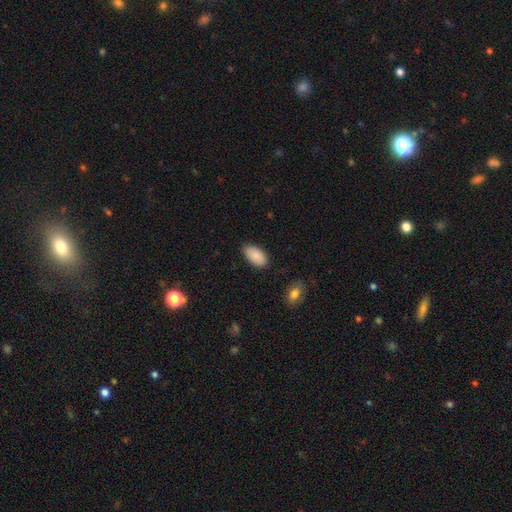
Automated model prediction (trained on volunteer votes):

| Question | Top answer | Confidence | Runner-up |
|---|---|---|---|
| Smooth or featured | smooth | 89% | star or artifact (7%) |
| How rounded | in between | 95% | round (3%) |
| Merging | none | 82% | minor disturbance (14%) |